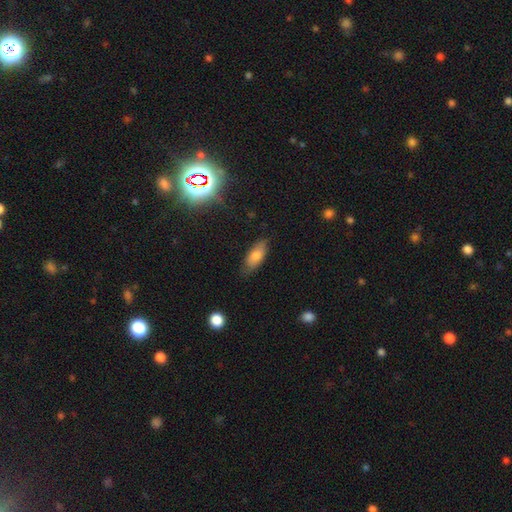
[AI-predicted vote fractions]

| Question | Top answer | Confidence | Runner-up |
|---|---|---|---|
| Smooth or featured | smooth | 76% | featured or disk (16%) |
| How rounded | in between | 80% | cigar-shaped (18%) |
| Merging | none | 76% | minor disturbance (19%) |